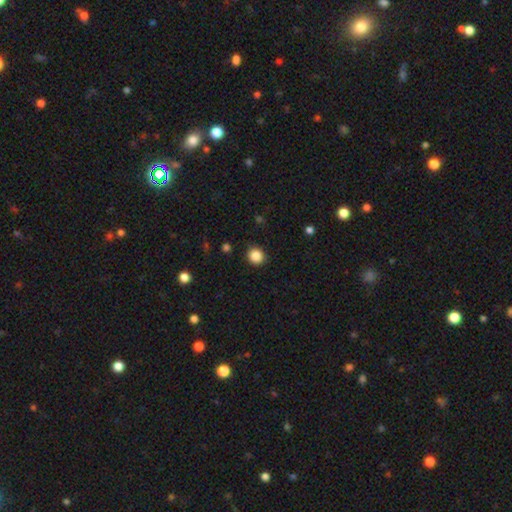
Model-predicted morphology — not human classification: Smooth or featured: smooth — 86% (star or artifact — 10%)
How rounded: round — 87% (in between — 12%)
Merging: none — 91% (minor disturbance — 6%)